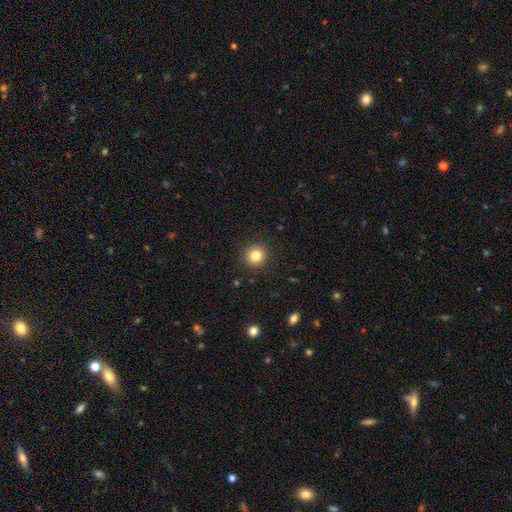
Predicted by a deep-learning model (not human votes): Q: Smooth or featured?
A: smooth (82%); runner-up: star or artifact (12%)
Q: How rounded?
A: round (92%); runner-up: in between (7%)
Q: Merging?
A: none (92%); runner-up: minor disturbance (5%)